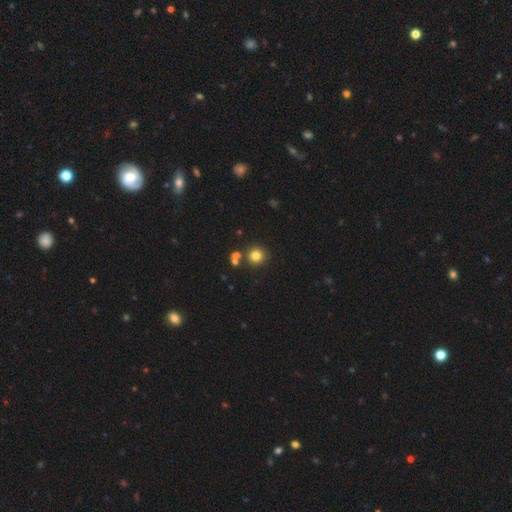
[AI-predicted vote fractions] smooth_or_featured: smooth (p=0.80) [alt: star or artifact p=0.13]
how_rounded: round (p=0.93) [alt: in between p=0.06]
merging: none (p=0.80) [alt: merger p=0.11]